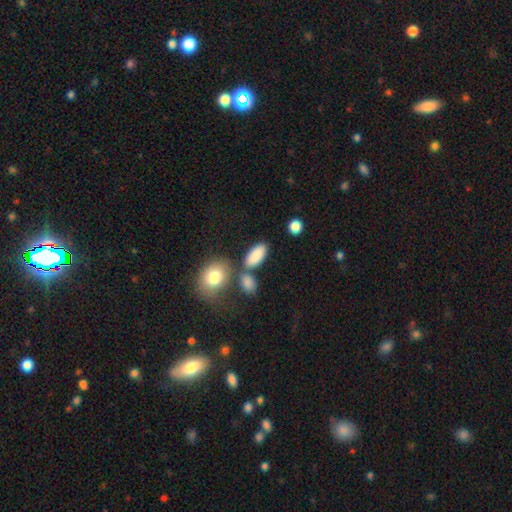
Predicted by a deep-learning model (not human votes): Smooth or featured? Predicted: smooth (p=0.87). How rounded? Predicted: in between (p=0.90). Merging? Predicted: none (p=0.68).